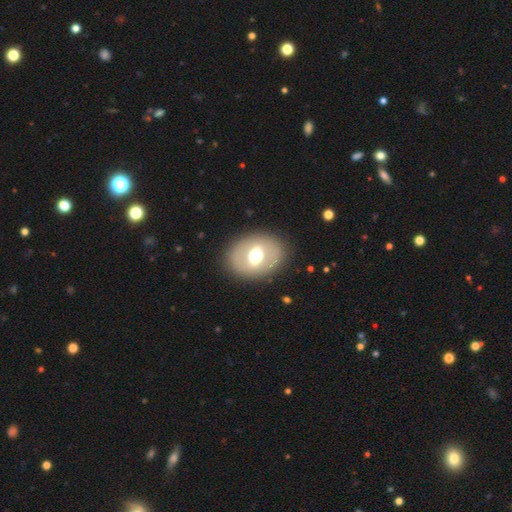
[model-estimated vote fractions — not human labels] Smooth or featured? smooth (50%)
Merging? none (85%)